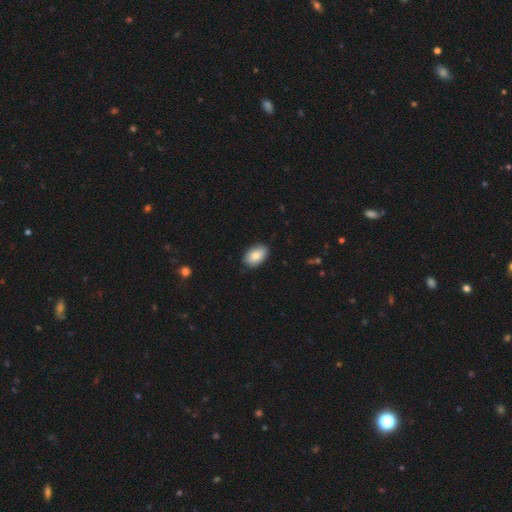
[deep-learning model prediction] smooth-or-featured: smooth: 84% | featured or disk: 9% | star or artifact: 7%
  how-rounded: in between: 91% | round: 8% | cigar-shaped: 1%
  merging: none: 86% | minor disturbance: 12% | major disturbance: 2% | merger: 1%